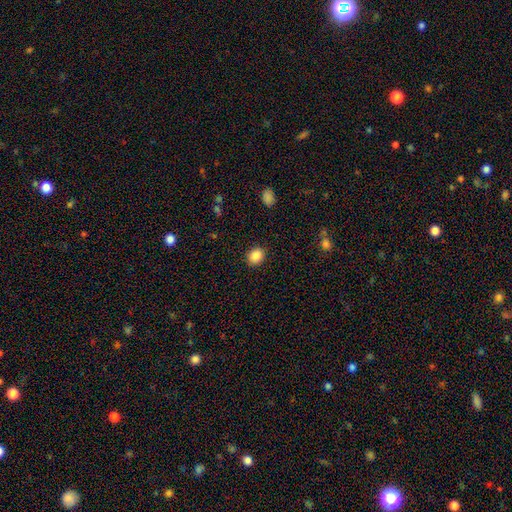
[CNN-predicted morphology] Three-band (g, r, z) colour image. It shows a smooth galaxy with no disk features (88%) that is round (59%). Merging: none (89%).